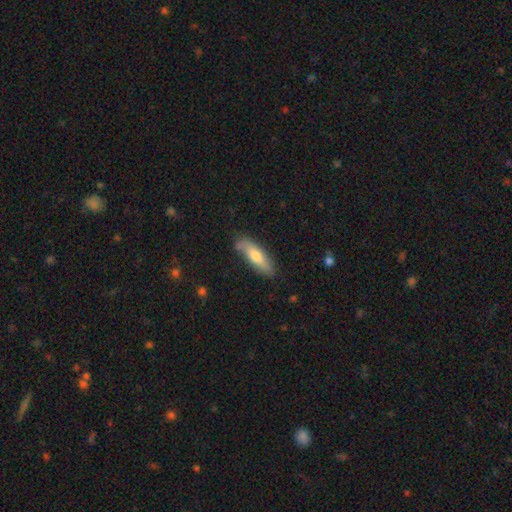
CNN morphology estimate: Smooth or featured? smooth (63%)
How rounded? cigar-shaped (55%)
Merging? none (75%)